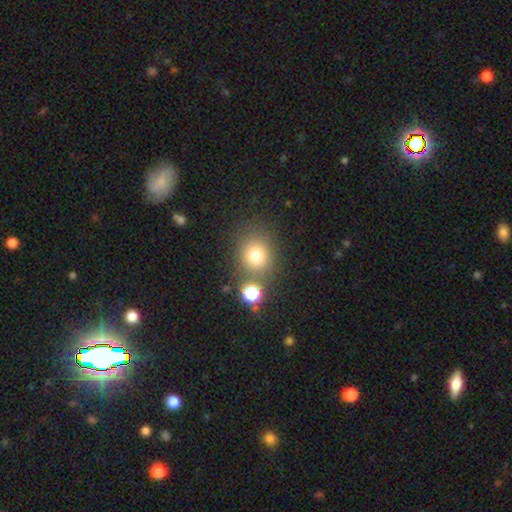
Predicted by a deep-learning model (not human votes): A smooth galaxy with no disk features (75%) that is round (76%). Merging: none (71%).